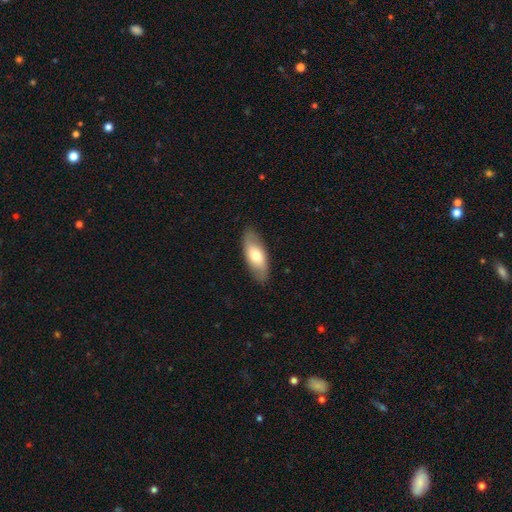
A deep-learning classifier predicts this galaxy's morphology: Q: Smooth or featured?
A: smooth (64%); runner-up: featured or disk (31%)
Q: How rounded?
A: in between (79%); runner-up: cigar-shaped (19%)
Q: Merging?
A: none (86%); runner-up: minor disturbance (11%)